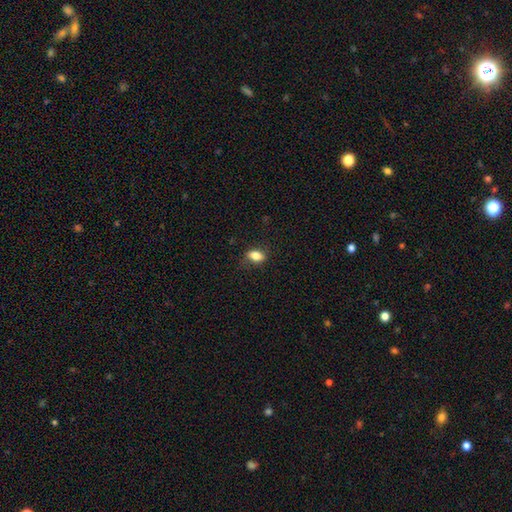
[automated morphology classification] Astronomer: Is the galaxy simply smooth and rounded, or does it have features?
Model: smooth — 81%.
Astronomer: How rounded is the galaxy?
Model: in between — 81%.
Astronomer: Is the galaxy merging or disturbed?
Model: none — 76%.